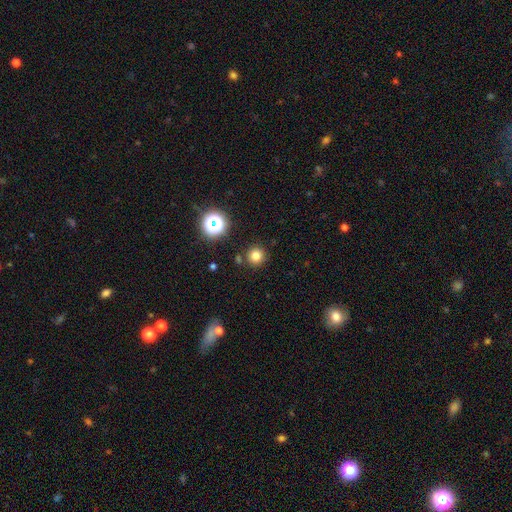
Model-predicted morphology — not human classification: Smooth or featured: smooth — 77% (star or artifact — 17%)
How rounded: round — 96% (in between — 3%)
Merging: none — 87% (minor disturbance — 6%)